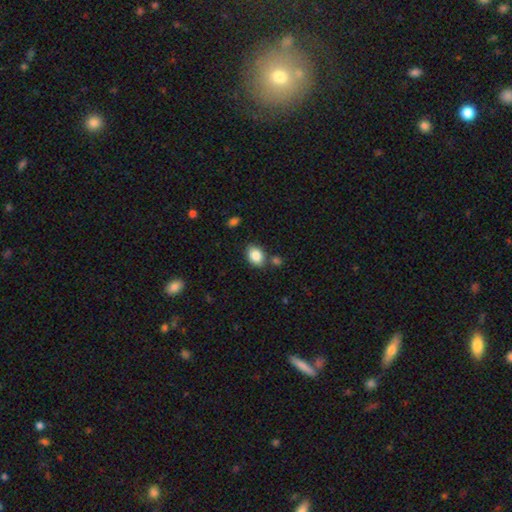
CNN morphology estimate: This appears to be a smooth galaxy with no disk features (85%) that is in between round and cigar-shaped (73%). Merging: none (74%).